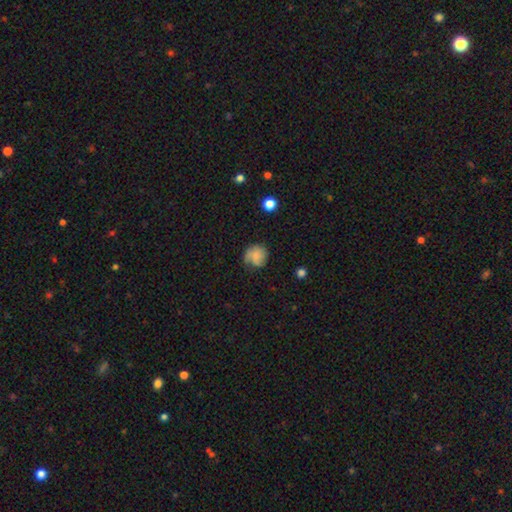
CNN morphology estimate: Overall: smooth (65%; featured or disk 26%). How rounded: round (82%). Merging: none (59%; minor disturbance 27%).